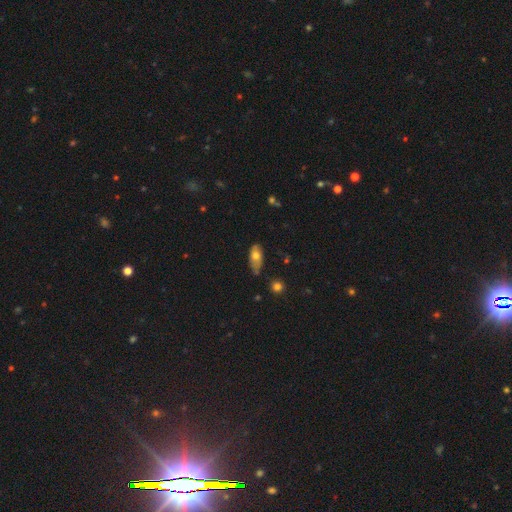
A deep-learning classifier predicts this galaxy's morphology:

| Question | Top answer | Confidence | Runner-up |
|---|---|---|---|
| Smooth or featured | smooth | 71% | featured or disk (21%) |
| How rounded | in between | 86% | cigar-shaped (10%) |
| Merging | none | 49% | minor disturbance (37%) |